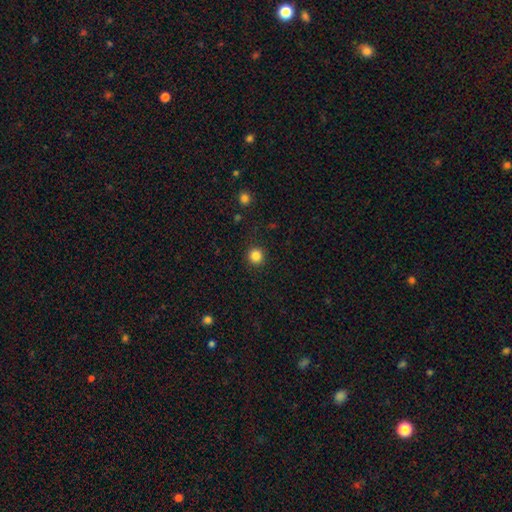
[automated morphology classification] The model was most divided on "smooth or featured": smooth: 85%, star or artifact: 11%, featured or disk: 4%. More confident: how rounded — round (94%); merging — none (91%).